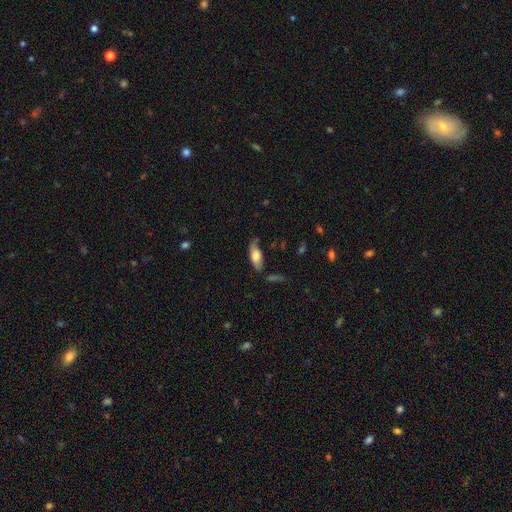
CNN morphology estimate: Overall: smooth (69%). How rounded: in between (70%). Merging: none (63%; minor disturbance 26%).